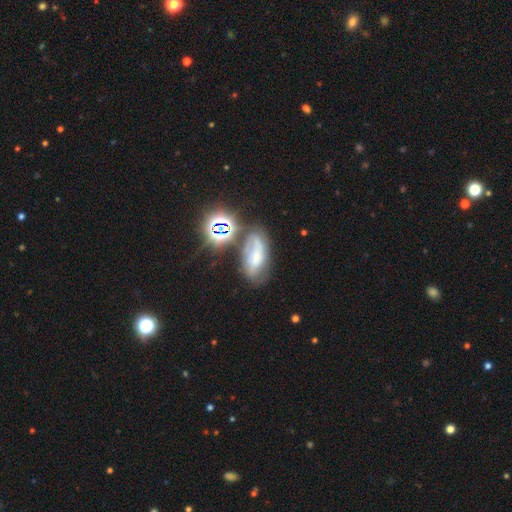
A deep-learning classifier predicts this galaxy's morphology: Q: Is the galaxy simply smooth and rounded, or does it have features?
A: featured or disk — 38%.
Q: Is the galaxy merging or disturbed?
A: none — 49%.